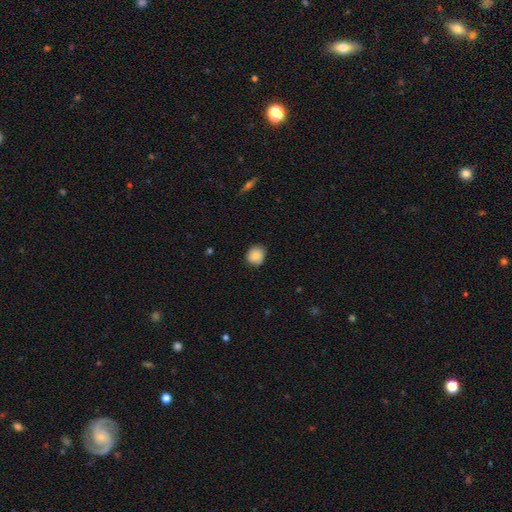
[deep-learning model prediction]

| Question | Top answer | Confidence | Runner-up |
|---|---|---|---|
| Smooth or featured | smooth | 83% | star or artifact (8%) |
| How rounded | round | 83% | in between (16%) |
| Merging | none | 83% | minor disturbance (13%) |